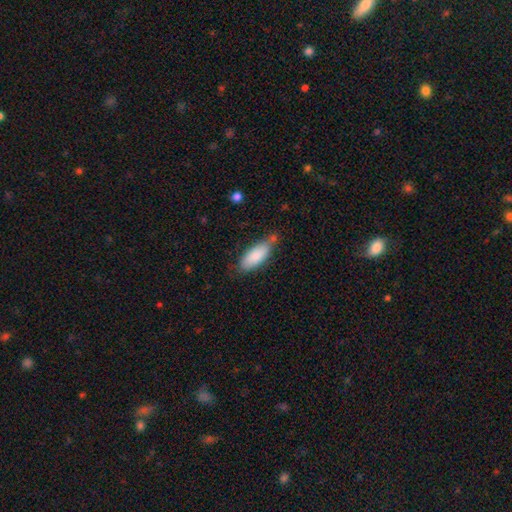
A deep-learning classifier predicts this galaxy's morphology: Smooth or featured: smooth — 85% (featured or disk — 9%)
How rounded: in between — 75% (cigar-shaped — 24%)
Merging: none — 62% (minor disturbance — 26%)